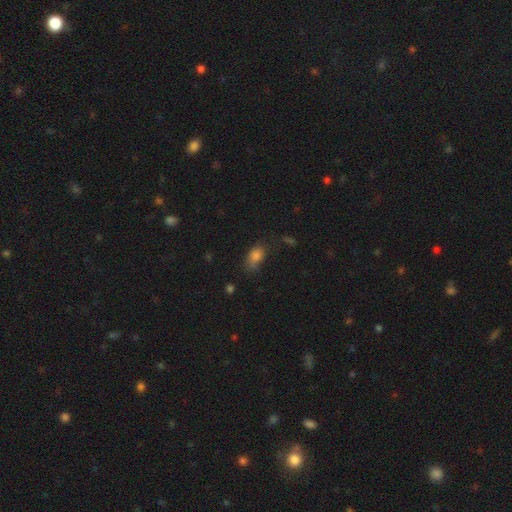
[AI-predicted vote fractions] Smooth or featured? smooth (82%)
How rounded? in between (83%)
Merging? none (54%)